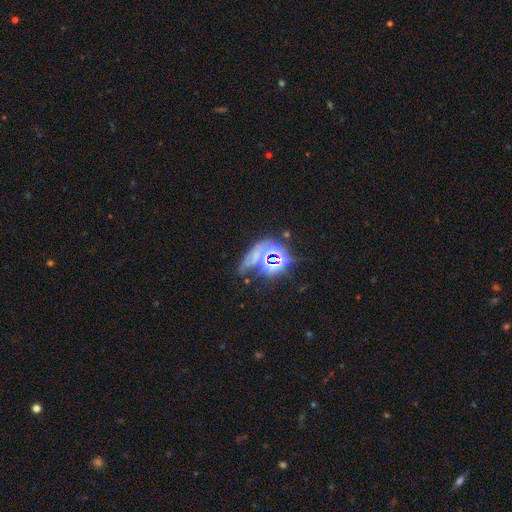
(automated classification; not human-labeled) smooth-or-featured: star or artifact: 56% | smooth: 30% | featured or disk: 15%